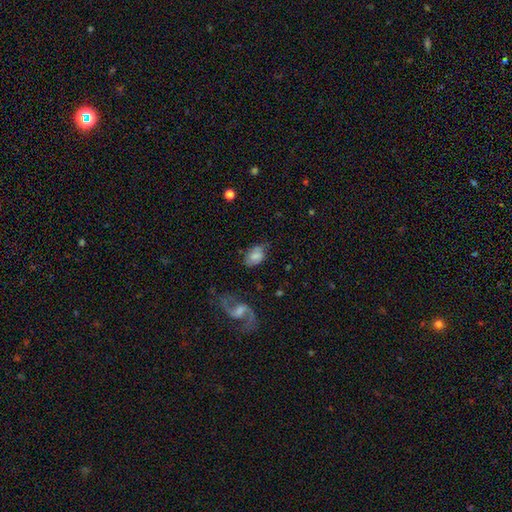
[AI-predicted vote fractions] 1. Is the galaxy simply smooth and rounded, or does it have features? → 62% smooth, 29% featured or disk, 9% star or artifact.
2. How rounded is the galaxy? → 84% in between, 15% round, 1% cigar-shaped.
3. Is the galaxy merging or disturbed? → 56% none, 29% minor disturbance, 11% major disturbance, 4% merger.